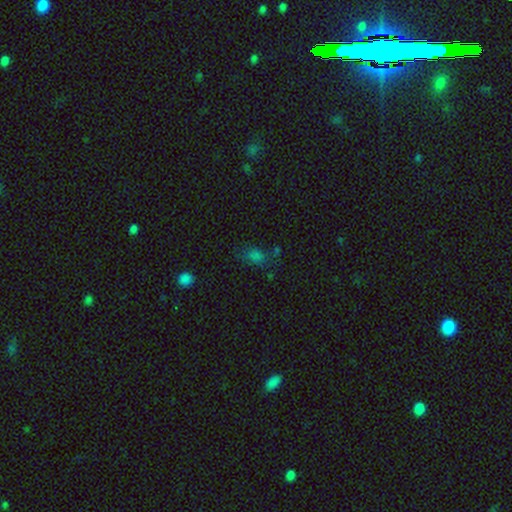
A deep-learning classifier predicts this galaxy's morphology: smooth_or_featured: smooth (p=0.67) [alt: star or artifact p=0.26]
how_rounded: in between (p=0.76) [alt: round p=0.20]
merging: none (p=0.63) [alt: minor disturbance p=0.20]